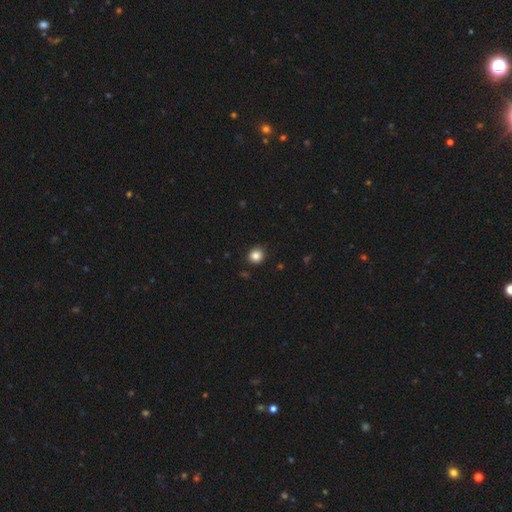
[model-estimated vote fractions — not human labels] Smooth or featured? smooth (85%)
How rounded? round (87%)
Merging? none (90%)